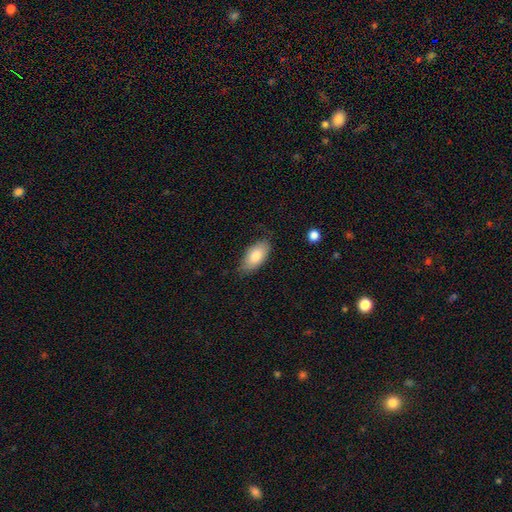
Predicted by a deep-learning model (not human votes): Smooth or featured: smooth — 80% (featured or disk — 13%)
How rounded: in between — 93% (cigar-shaped — 4%)
Merging: none — 78% (minor disturbance — 18%)